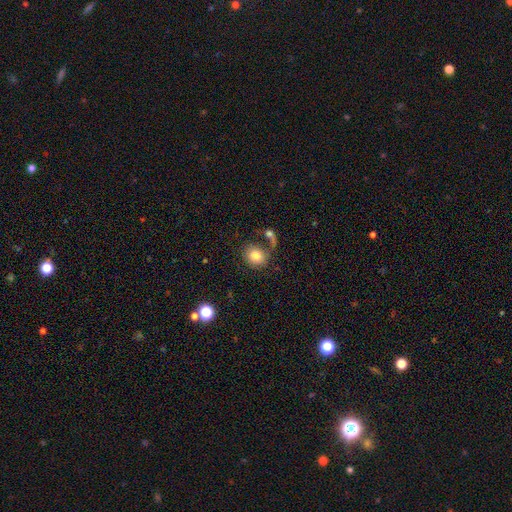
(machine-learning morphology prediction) The model was most divided on "merging": none: 51%, merger: 22%, minor disturbance: 14%, major disturbance: 13%. More confident: smooth or featured — smooth (80%); how rounded — round (66%).